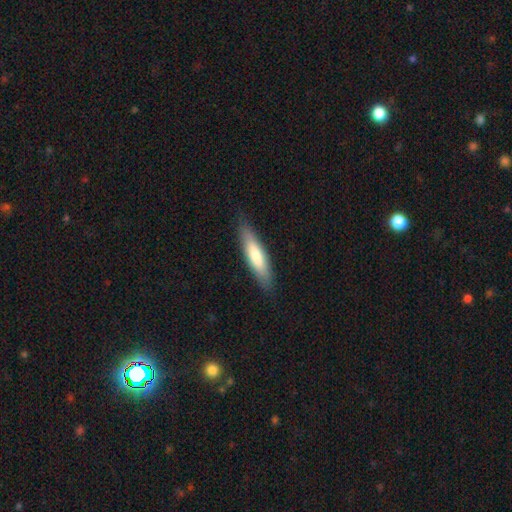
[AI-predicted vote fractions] Smooth or featured? smooth (75%)
How rounded? cigar-shaped (72%)
Merging? none (84%)